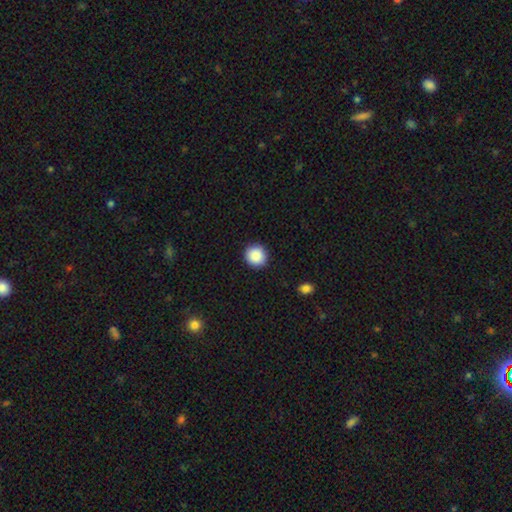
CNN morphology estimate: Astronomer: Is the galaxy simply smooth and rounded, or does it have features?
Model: smooth — 89%.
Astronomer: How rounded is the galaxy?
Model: round — 90%.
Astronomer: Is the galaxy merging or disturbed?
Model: none — 91%.